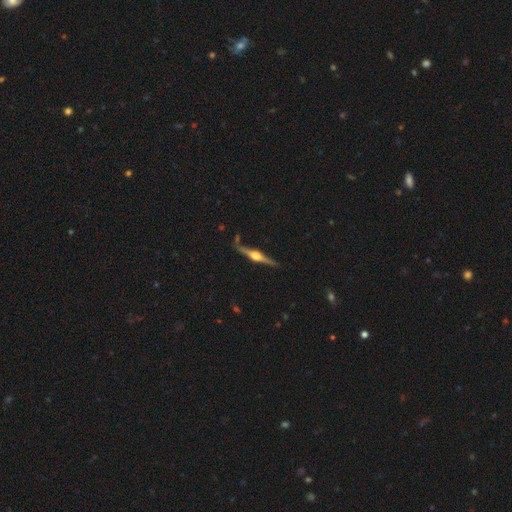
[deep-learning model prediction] A featured or disk galaxy (85%) viewed edge-on (98%) with a rounded central bulge (94%). Merging: none (85%).